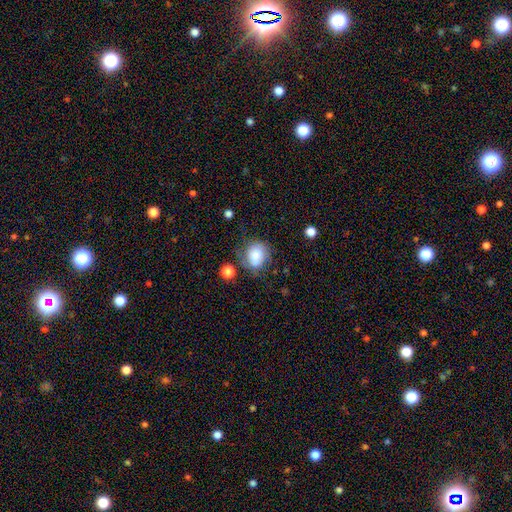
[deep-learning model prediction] Smooth or featured?
  - smooth: 74% *
  - featured or disk: 16%
  - star or artifact: 9%
How rounded?
  - round: 69% *
  - in between: 30%
  - cigar-shaped: 1%
Merging?
  - none: 57% *
  - minor disturbance: 24%
  - major disturbance: 11%
  - merger: 8%